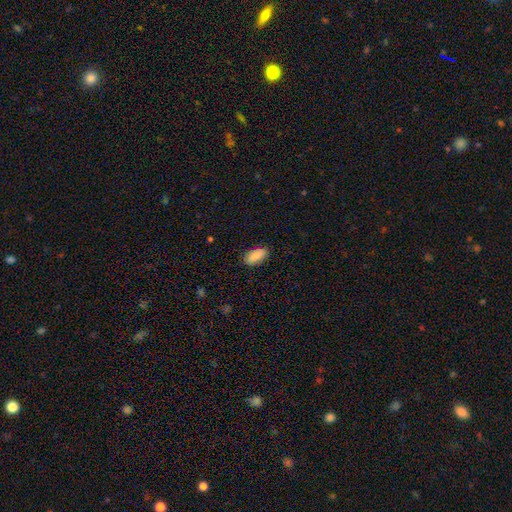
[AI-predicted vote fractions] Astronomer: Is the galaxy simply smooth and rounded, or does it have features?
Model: smooth — 88%.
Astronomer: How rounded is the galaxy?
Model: in between — 89%.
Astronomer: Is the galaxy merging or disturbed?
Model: none — 85%.